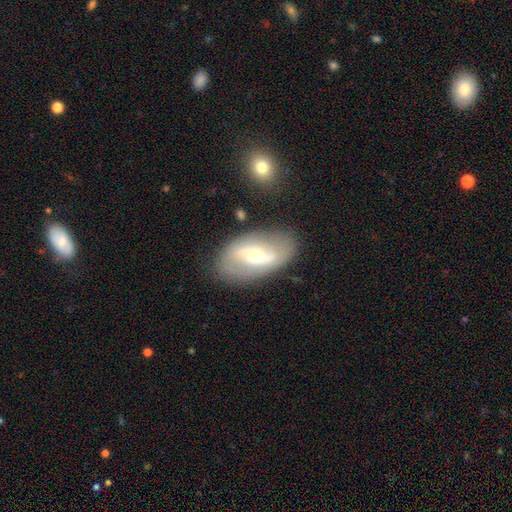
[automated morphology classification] smooth_or_featured: featured or disk (p=0.71) [alt: smooth p=0.22]
disk_edge_on: no (p=0.94) [alt: yes p=0.06]
bar: weak (p=0.40) [alt: strong p=0.32]
has_spiral_arms: yes (p=0.77) [alt: no p=0.23]
spiral_winding: loose (p=0.58) [alt: medium p=0.30]
spiral_arm_count: 2 (p=0.85) [alt: can't tell p=0.09]
bulge_size: small (p=0.51) [alt: moderate p=0.42]
merging: none (p=0.79) [alt: minor disturbance p=0.13]